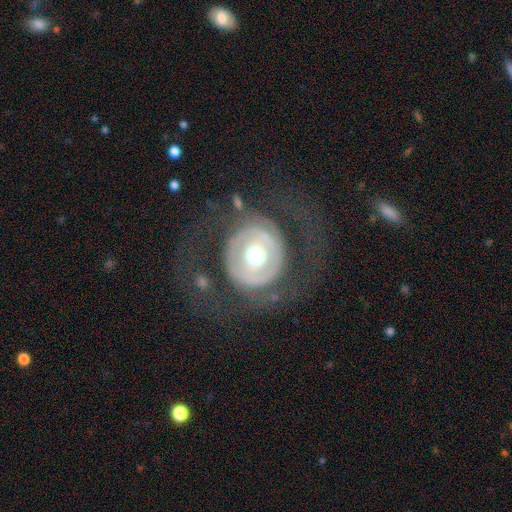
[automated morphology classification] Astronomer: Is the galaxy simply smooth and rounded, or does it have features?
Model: featured or disk — 64%.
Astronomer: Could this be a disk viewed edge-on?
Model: no — 95%.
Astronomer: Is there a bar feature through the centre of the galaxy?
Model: no — 72%.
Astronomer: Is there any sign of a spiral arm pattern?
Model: no — 61% (runner-up: yes, 39%).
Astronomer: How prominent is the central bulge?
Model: moderate — 62%.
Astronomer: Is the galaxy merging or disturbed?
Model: none — 59%.